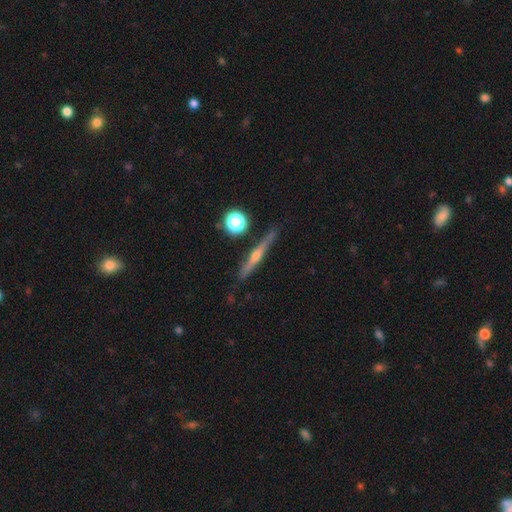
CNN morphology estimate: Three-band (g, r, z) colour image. It shows a featured or disk galaxy (72%) viewed edge-on (97%) with a rounded central bulge (86%). Merging: none (86%).